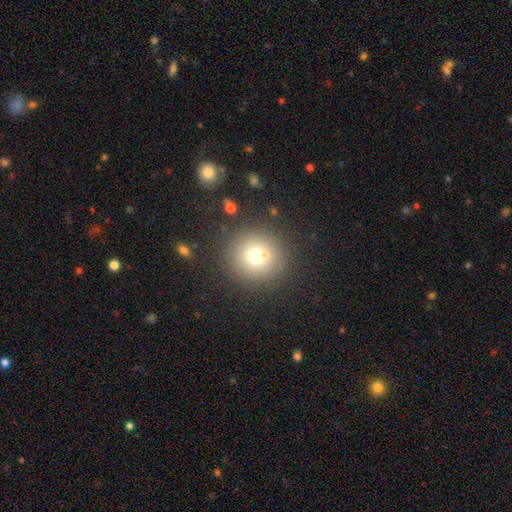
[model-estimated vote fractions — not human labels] Smooth or featured?
  - smooth: 68% *
  - featured or disk: 16%
  - star or artifact: 16%
How rounded?
  - round: 94% *
  - in between: 5%
  - cigar-shaped: 1%
Merging?
  - none: 68% *
  - merger: 21%
  - minor disturbance: 7%
  - major disturbance: 4%